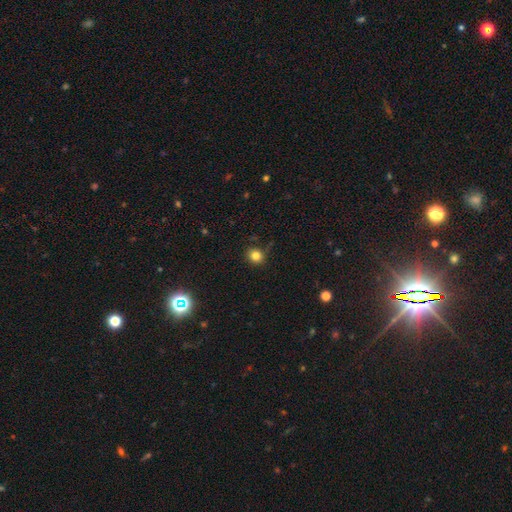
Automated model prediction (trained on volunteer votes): Morphology: type=smooth (81%); roundness=round (83%); merging=none (84%).